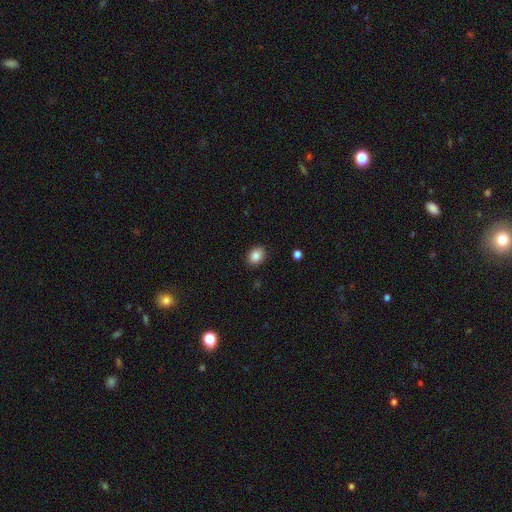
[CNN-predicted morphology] Smooth or featured? Predicted: smooth (p=0.86). How rounded? Predicted: in between (p=0.65). Merging? Predicted: none (p=0.88).